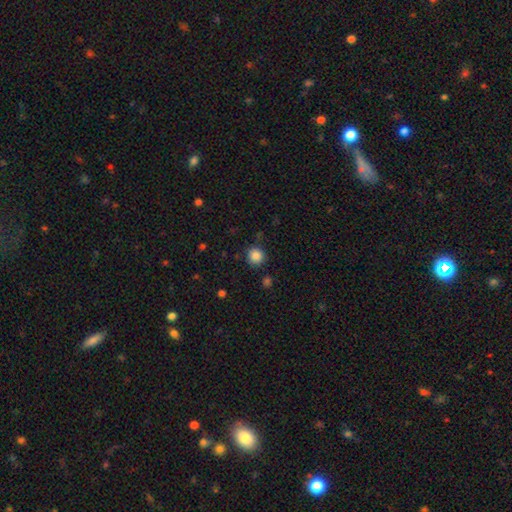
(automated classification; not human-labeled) Smooth or featured?
  - smooth: 86% *
  - star or artifact: 11%
  - featured or disk: 4%
How rounded?
  - round: 93% *
  - in between: 6%
  - cigar-shaped: 1%
Merging?
  - none: 85% *
  - minor disturbance: 9%
  - major disturbance: 3%
  - merger: 3%